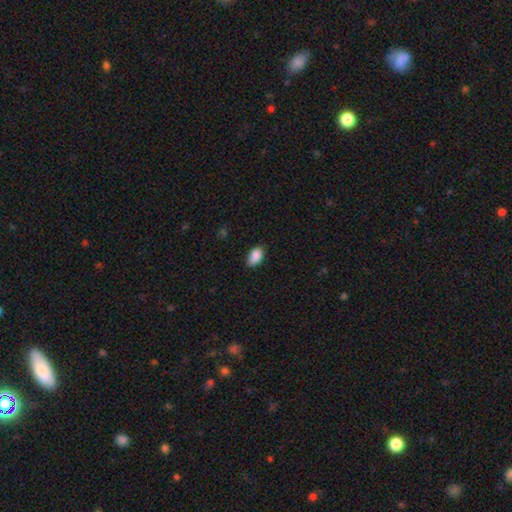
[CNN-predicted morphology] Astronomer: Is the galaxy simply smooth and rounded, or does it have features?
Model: smooth — 88%.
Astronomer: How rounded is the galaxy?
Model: in between — 91%.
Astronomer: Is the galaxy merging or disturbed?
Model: none — 70%.